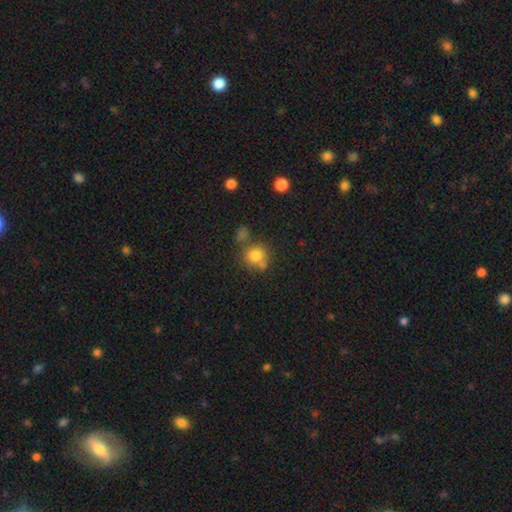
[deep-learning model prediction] smooth 78%, star or artifact 12%, featured or disk 9%. Down the decision tree: how rounded — round (85%); merging — none (58%).